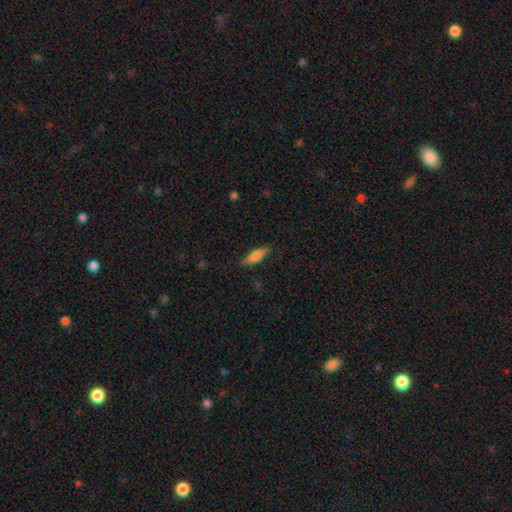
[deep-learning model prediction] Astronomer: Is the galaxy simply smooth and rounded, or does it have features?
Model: smooth — 78%.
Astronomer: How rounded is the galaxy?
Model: cigar-shaped — 50% (runner-up: in between, 48%).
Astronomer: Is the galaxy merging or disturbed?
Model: none — 81%.